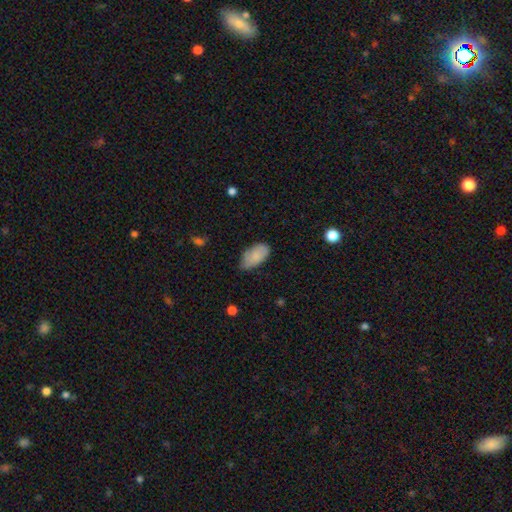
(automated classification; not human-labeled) smooth_or_featured: smooth (p=0.81) [alt: featured or disk p=0.12]
how_rounded: in between (p=0.94) [alt: round p=0.03]
merging: none (p=0.58) [alt: minor disturbance p=0.34]